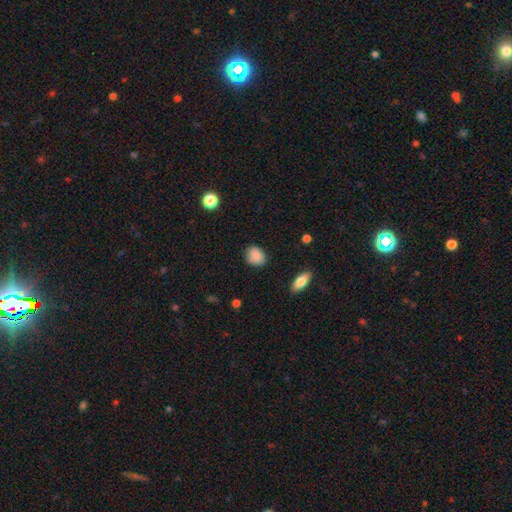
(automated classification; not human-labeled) Smooth or featured? Predicted: smooth (p=0.88). How rounded? Predicted: round (p=0.52). Merging? Predicted: none (p=0.83).